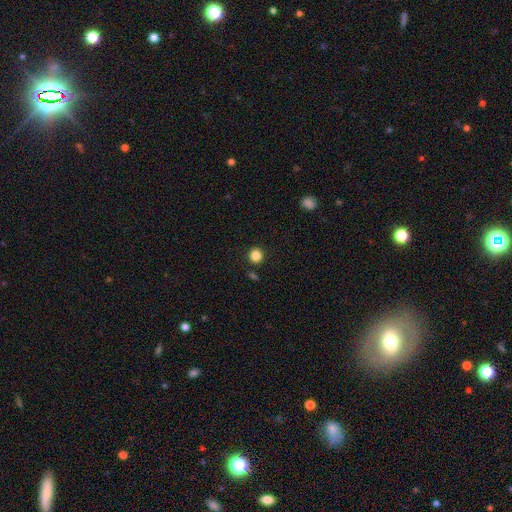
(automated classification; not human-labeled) Smooth or featured: smooth — 85% (star or artifact — 11%)
How rounded: round — 92% (in between — 7%)
Merging: none — 89% (minor disturbance — 6%)